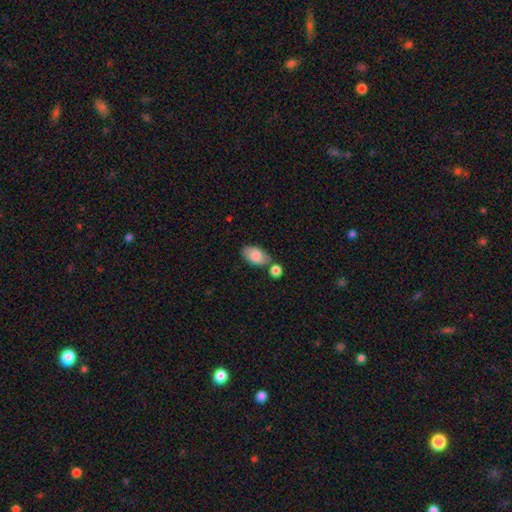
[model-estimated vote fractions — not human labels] A smooth galaxy with no disk features (80%) that is in between round and cigar-shaped (92%). Merging: none (58%).